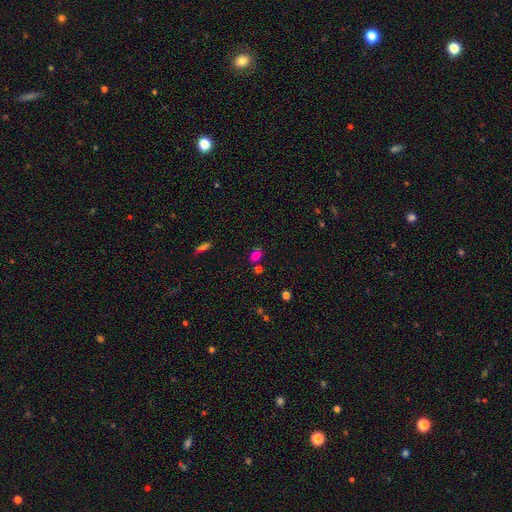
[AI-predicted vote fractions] Overall: smooth (76%). How rounded: in between (65%; round 33%). Merging: none (73%).